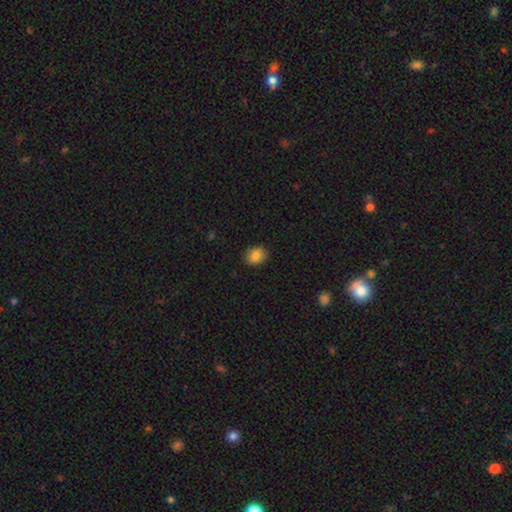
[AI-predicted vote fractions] smooth-or-featured: smooth: 85% | star or artifact: 9% | featured or disk: 7%
  how-rounded: in between: 53% | round: 46% | cigar-shaped: 1%
  merging: none: 87% | minor disturbance: 10% | major disturbance: 2% | merger: 1%